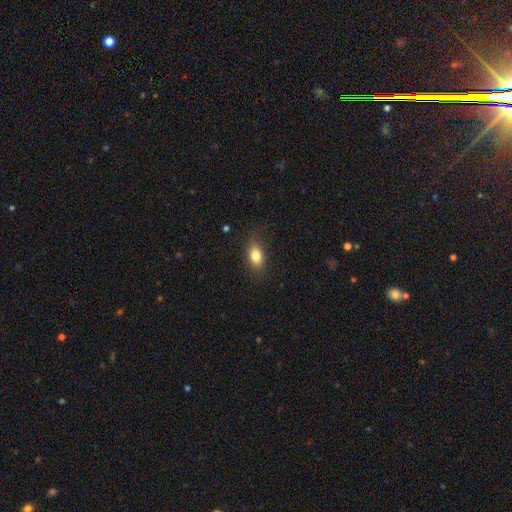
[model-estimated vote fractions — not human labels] Smooth or featured?
  - smooth: 83% *
  - featured or disk: 9%
  - star or artifact: 8%
How rounded?
  - in between: 85% *
  - round: 10%
  - cigar-shaped: 4%
Merging?
  - none: 81% *
  - minor disturbance: 14%
  - major disturbance: 4%
  - merger: 1%